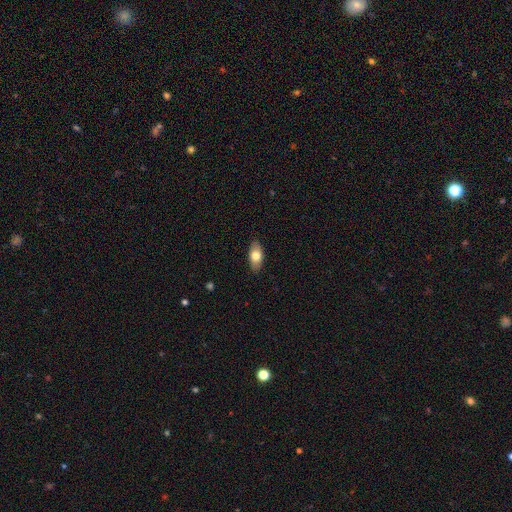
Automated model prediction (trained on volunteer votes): Q: Smooth or featured?
A: smooth (74%); runner-up: featured or disk (20%)
Q: How rounded?
A: in between (88%); runner-up: cigar-shaped (8%)
Q: Merging?
A: none (87%); runner-up: minor disturbance (10%)